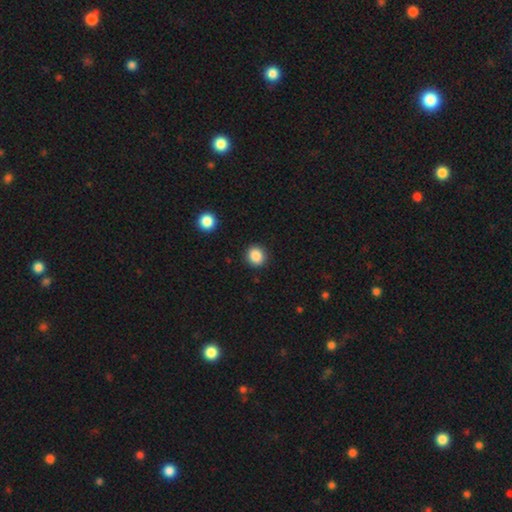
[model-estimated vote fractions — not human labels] A smooth galaxy with no disk features (86%) that is round (84%). Merging: none (91%).